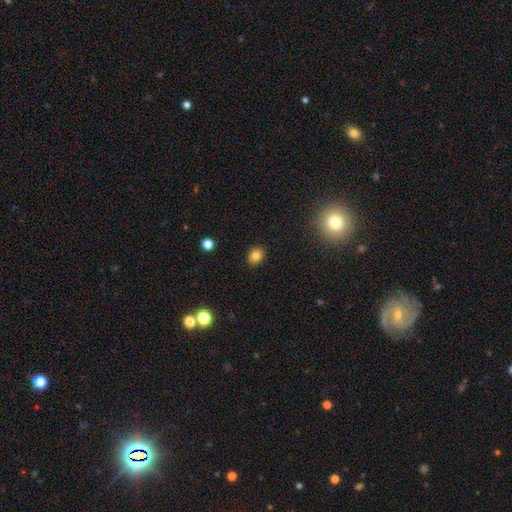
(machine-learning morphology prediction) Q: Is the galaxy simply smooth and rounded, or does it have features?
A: smooth — 81%.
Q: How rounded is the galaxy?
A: round — 59%.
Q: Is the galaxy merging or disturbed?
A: none — 90%.